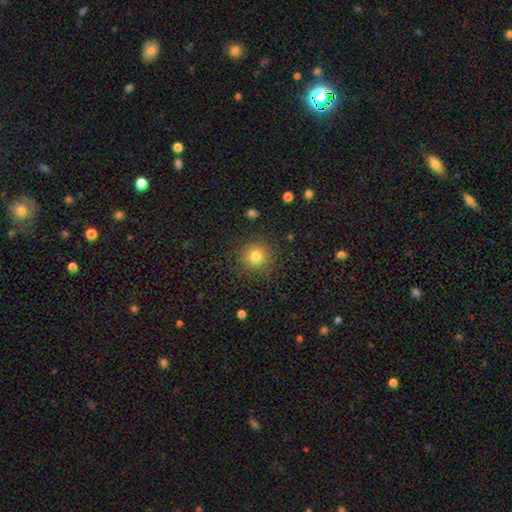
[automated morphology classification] Overall: smooth (79%). How rounded: round (93%). Merging: none (88%).